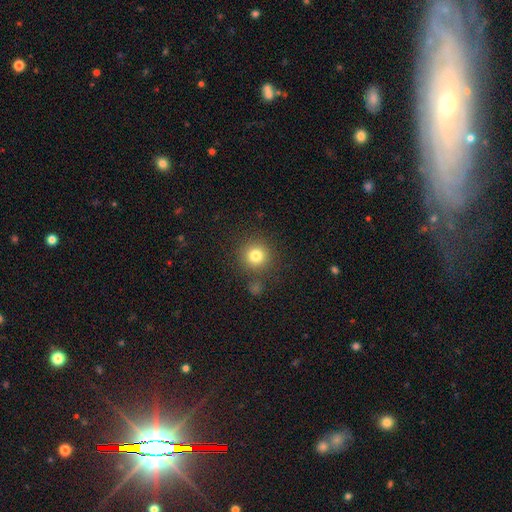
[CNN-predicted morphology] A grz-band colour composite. It shows a smooth galaxy with no disk features (80%) that is round (94%). Merging: none (84%).